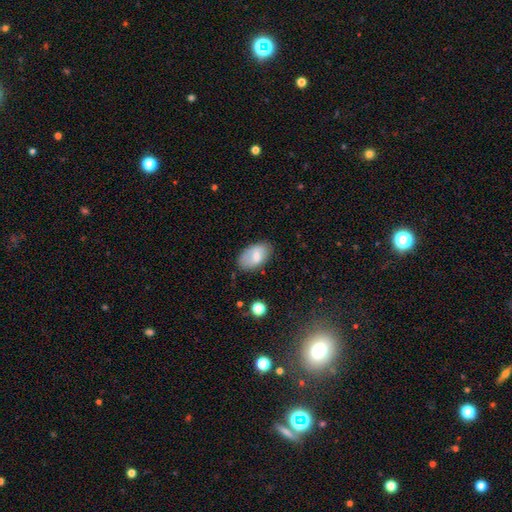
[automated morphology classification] This appears to be a smooth galaxy with no disk features (73%) that is in between round and cigar-shaped (93%). Merging: none (75%).